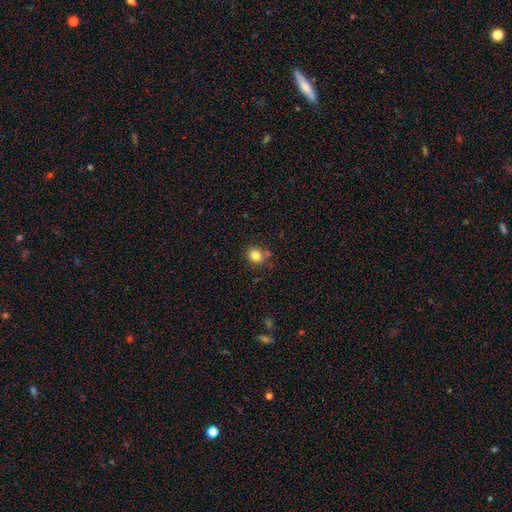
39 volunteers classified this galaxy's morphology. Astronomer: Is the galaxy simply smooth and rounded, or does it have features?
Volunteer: smooth — 90%.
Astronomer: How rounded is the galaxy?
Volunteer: round — 71%.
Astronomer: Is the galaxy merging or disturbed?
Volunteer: none — 89%.